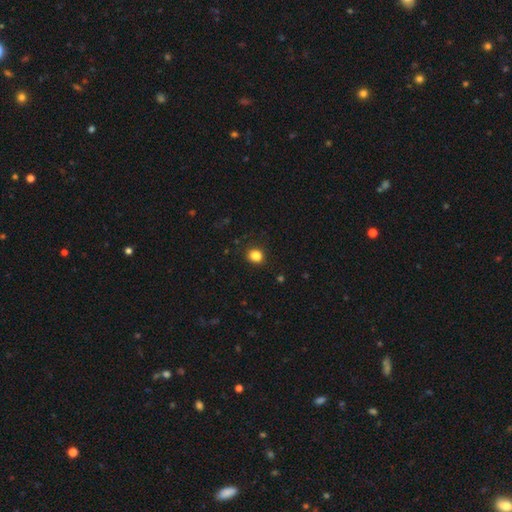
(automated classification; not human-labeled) Morphology: type=smooth (85%); roundness=round (69%); merging=none (89%).